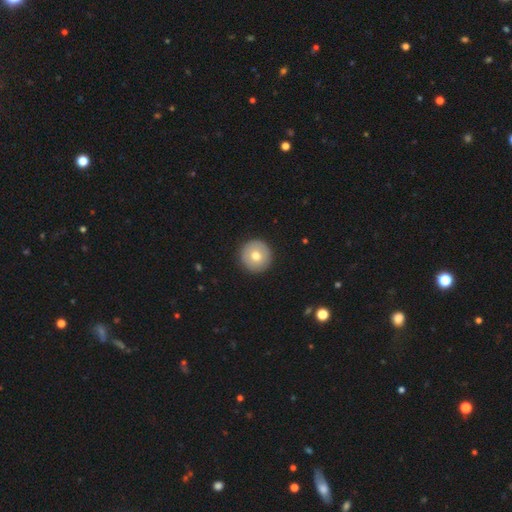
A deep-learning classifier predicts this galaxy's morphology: Smooth or featured?
  - smooth: 72% *
  - featured or disk: 20%
  - star or artifact: 7%
How rounded?
  - round: 97% *
  - in between: 2%
  - cigar-shaped: 1%
Merging?
  - none: 93% *
  - minor disturbance: 4%
  - major disturbance: 2%
  - merger: 1%